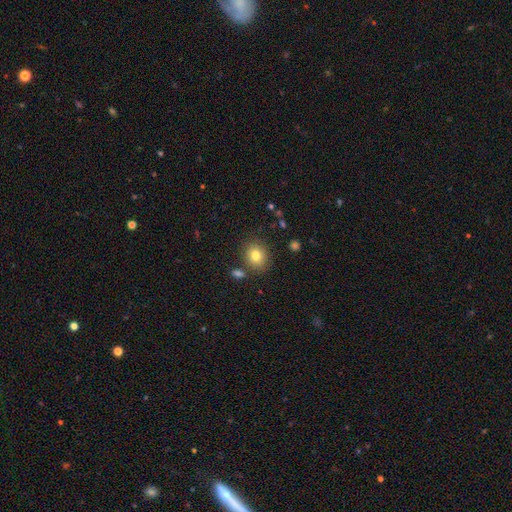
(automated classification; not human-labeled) A smooth galaxy with no disk features (80%) that is round (69%).

Vote fractions:
- Smooth or featured? smooth: 80% / star or artifact: 11% / featured or disk: 9%
- How rounded? round: 69% / in between: 31% / cigar-shaped: 1%
- Merging? none: 81% / minor disturbance: 10% / merger: 6% / major disturbance: 3%